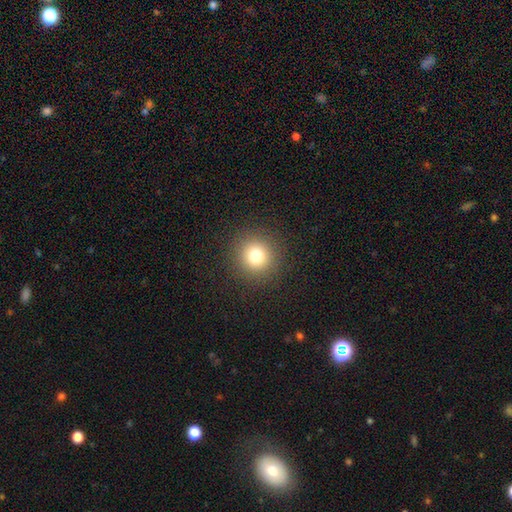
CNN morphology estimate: Overall: smooth (77%). How rounded: round (95%). Merging: none (91%).